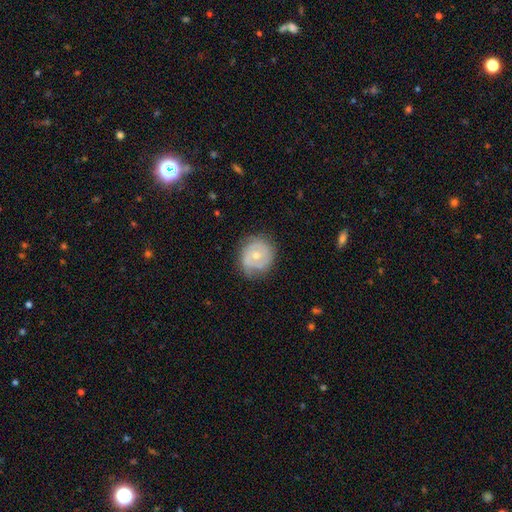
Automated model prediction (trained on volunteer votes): smooth_or_featured: featured or disk (p=0.64) [alt: smooth p=0.29]
disk_edge_on: no (p=0.97) [alt: yes p=0.03]
bar: no (p=0.76) [alt: weak p=0.20]
has_spiral_arms: yes (p=0.76) [alt: no p=0.24]
bulge_size: moderate (p=0.52) [alt: small p=0.44]
merging: none (p=0.72) [alt: minor disturbance p=0.21]